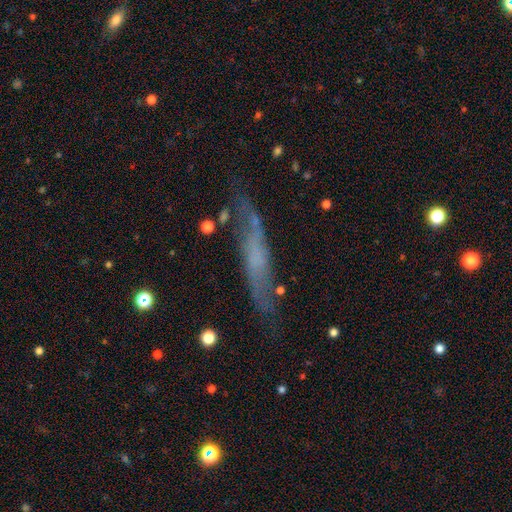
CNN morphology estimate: type=featured or disk (59%); edge-on=yes (59%); merging=none (65%).